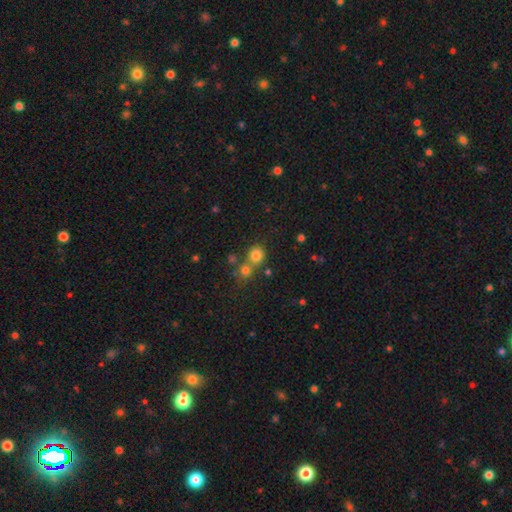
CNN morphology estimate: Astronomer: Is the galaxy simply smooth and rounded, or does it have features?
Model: smooth — 77%.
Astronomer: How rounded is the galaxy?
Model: round — 86%.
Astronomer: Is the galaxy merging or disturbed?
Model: none — 58%.